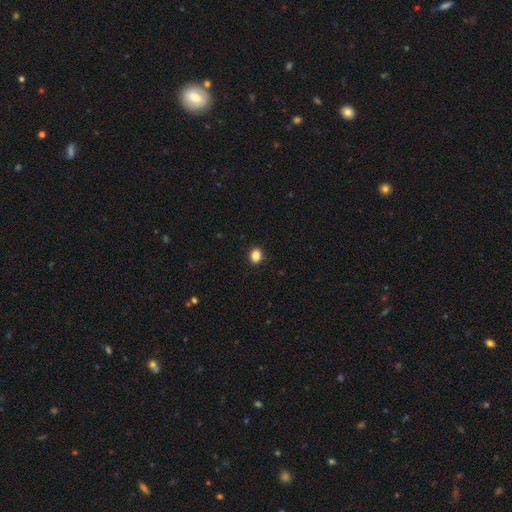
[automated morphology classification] The model was most divided on "how rounded": round: 52%, in between: 47%, cigar-shaped: 1%. More confident: merging — none (91%); smooth or featured — smooth (86%).